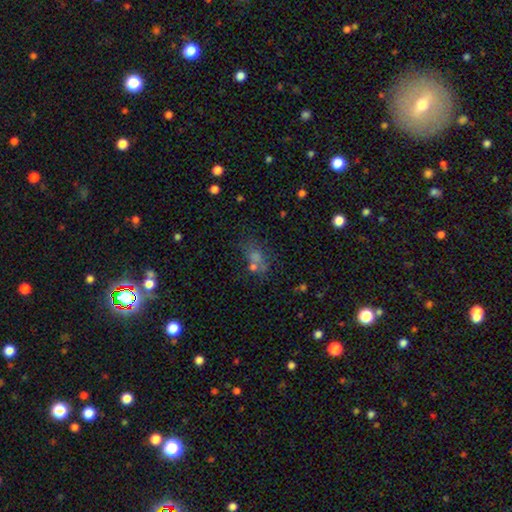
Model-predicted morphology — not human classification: Smooth or featured? Predicted: smooth (p=0.54). How rounded? Predicted: in between (p=0.55). Merging? Predicted: none (p=0.50).